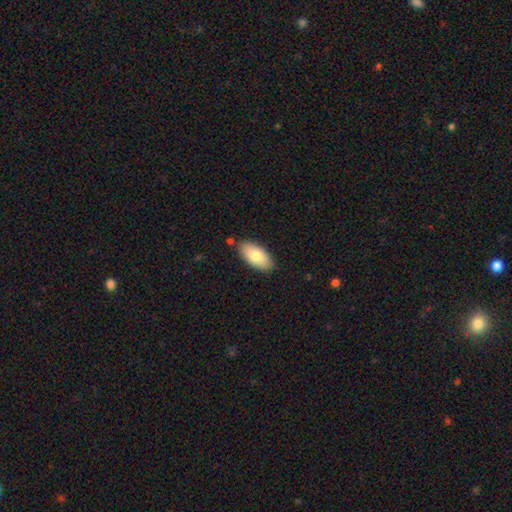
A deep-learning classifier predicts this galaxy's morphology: smooth_or_featured: smooth (p=0.79) [alt: featured or disk p=0.15]
how_rounded: in between (p=0.93) [alt: cigar-shaped p=0.04]
merging: none (p=0.83) [alt: minor disturbance p=0.12]